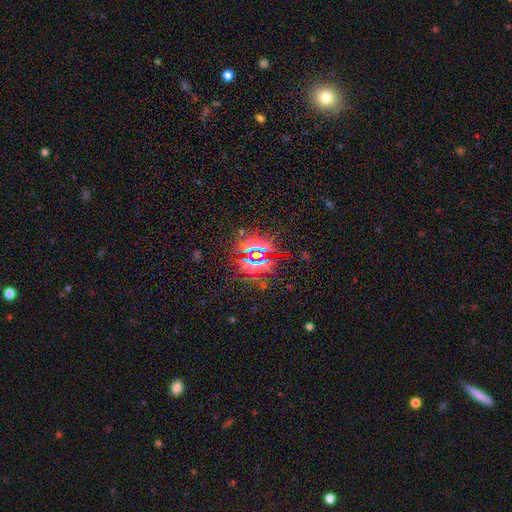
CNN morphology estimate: star or artifact 79%, smooth 12%, featured or disk 9%.